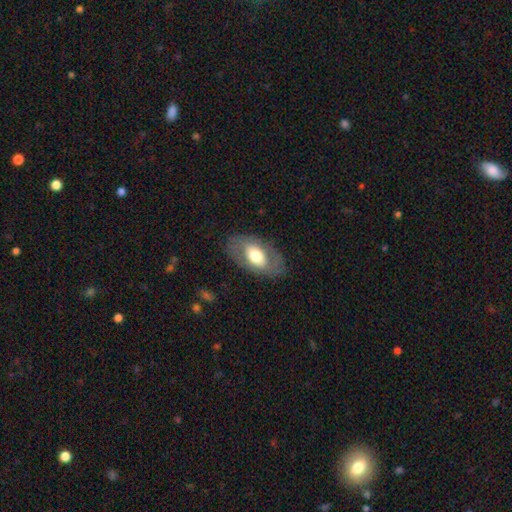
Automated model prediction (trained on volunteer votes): Q: Smooth or featured?
A: smooth (48%); runner-up: featured or disk (46%)
Q: Merging?
A: none (79%); runner-up: minor disturbance (13%)